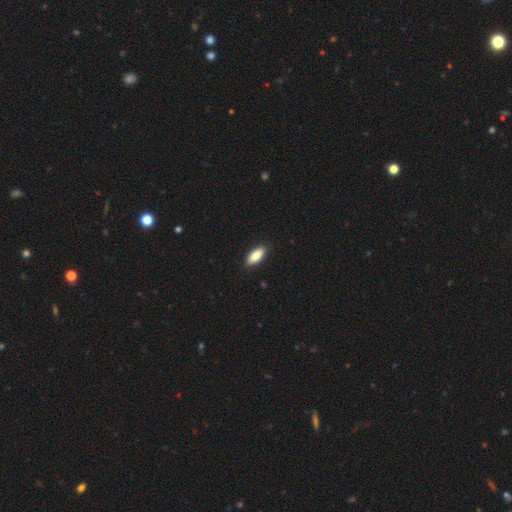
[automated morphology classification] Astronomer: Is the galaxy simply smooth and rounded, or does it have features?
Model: smooth — 83%.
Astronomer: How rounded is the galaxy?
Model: in between — 83%.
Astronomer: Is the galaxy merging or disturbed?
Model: none — 89%.